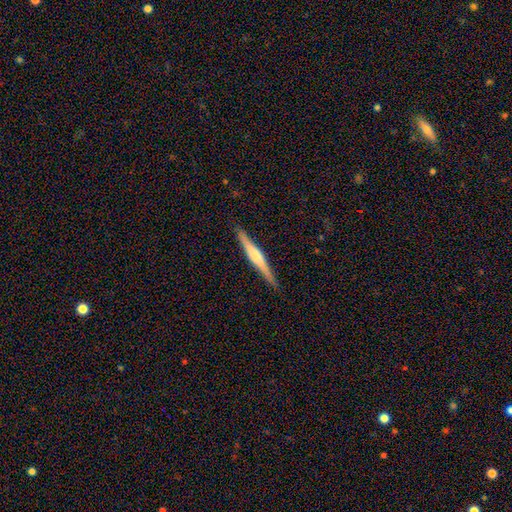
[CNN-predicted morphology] featured or disk 62%, smooth 32%, star or artifact 6%. Down the decision tree: edge-on disk — yes (97%); edge-on bulge — rounded (51%); merging — none (89%).